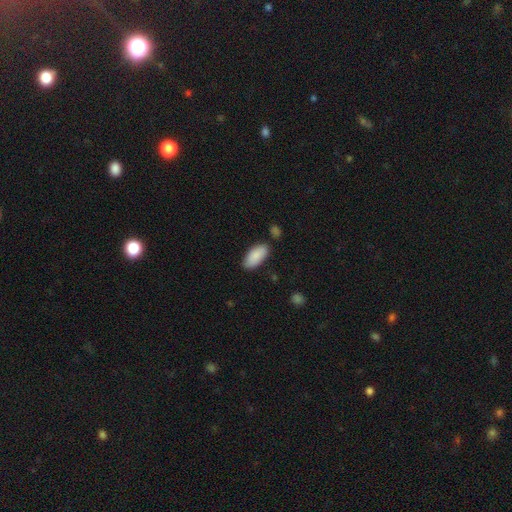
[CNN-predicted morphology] A smooth galaxy with no disk features (89%) that is in between round and cigar-shaped (90%).

Vote fractions:
- Smooth or featured? smooth: 89% / star or artifact: 6% / featured or disk: 5%
- How rounded? in between: 90% / cigar-shaped: 8% / round: 2%
- Merging? none: 81% / minor disturbance: 13% / merger: 4% / major disturbance: 3%